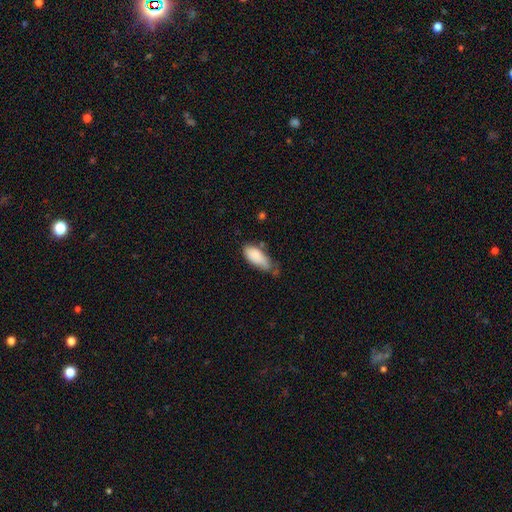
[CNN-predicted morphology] This appears to be a smooth galaxy with no disk features (86%) that is in between round and cigar-shaped (84%). Merging: minor disturbance (43%).